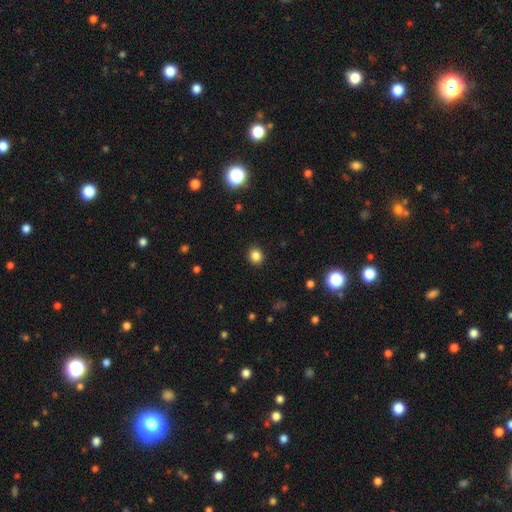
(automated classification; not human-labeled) Q: Smooth or featured?
A: smooth (84%); runner-up: star or artifact (12%)
Q: How rounded?
A: round (84%); runner-up: in between (15%)
Q: Merging?
A: none (91%); runner-up: minor disturbance (6%)